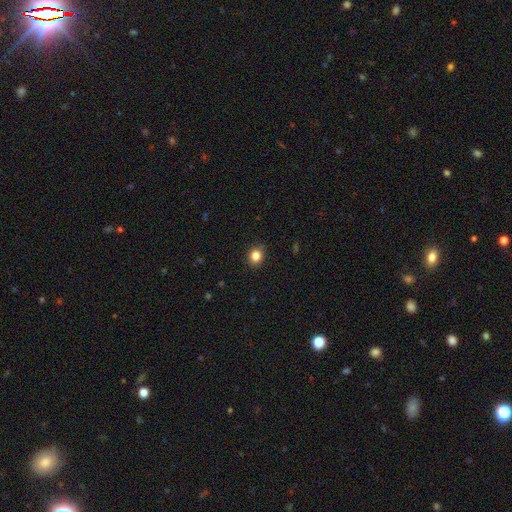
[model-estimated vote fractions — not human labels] smooth 84%, star or artifact 11%, featured or disk 5%. Down the decision tree: how rounded — round (74%); merging — none (88%).